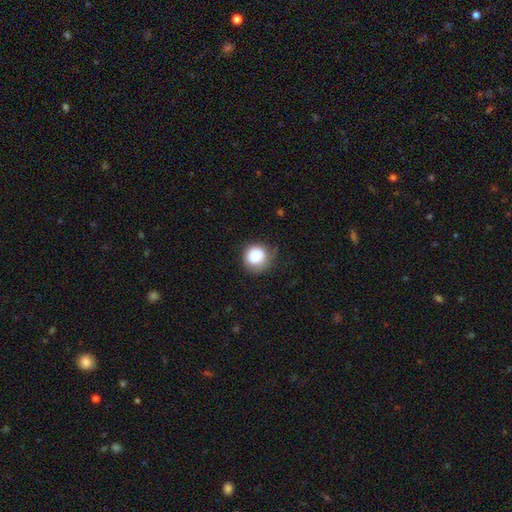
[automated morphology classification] Overall: smooth (83%). How rounded: round (87%). Merging: none (60%; minor disturbance 28%).